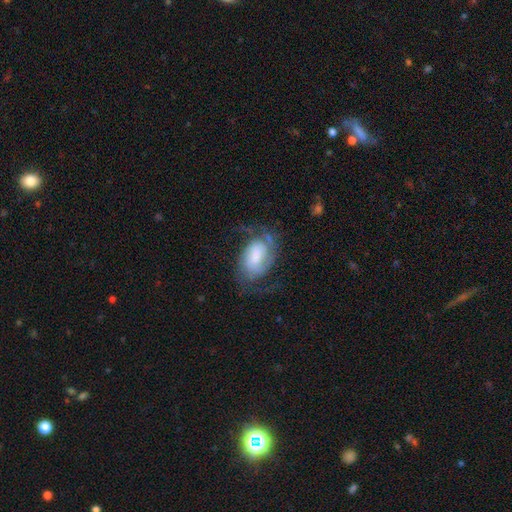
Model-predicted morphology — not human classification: A featured or disk galaxy (69%) with a weak bar (44%, tied with no), 2 (59%) medium (45%) spiral arms (90%) and a small central bulge (29%, tied with moderate). Merging: none (51%).